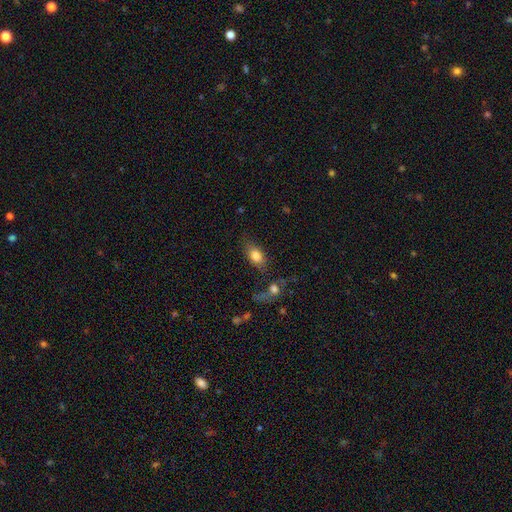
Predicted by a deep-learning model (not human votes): A smooth galaxy with no disk features (80%) that is in between round and cigar-shaped (84%). Merging: none (65%).